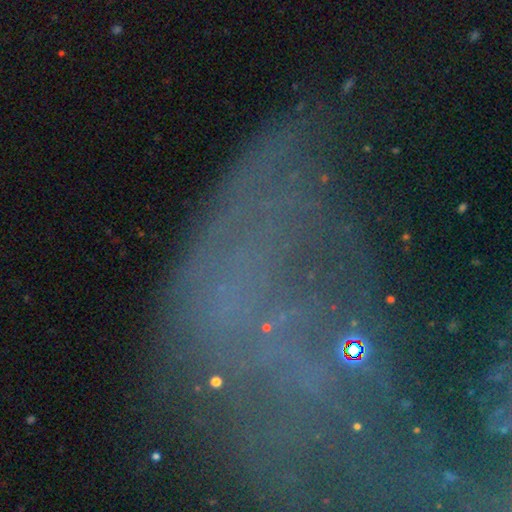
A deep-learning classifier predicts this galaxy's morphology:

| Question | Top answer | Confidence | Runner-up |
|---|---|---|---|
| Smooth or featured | star or artifact | 45% | featured or disk (36%) |